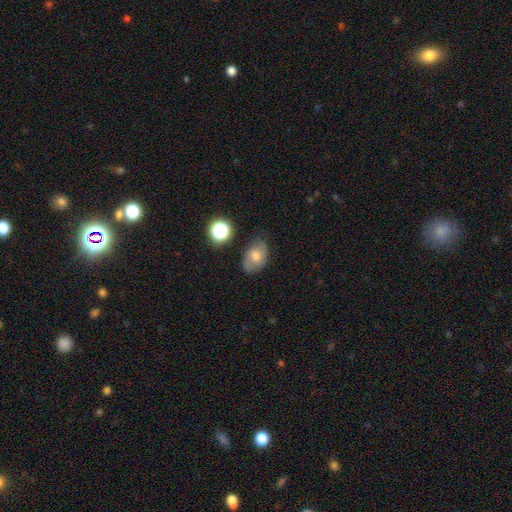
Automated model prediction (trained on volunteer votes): smooth 63%, featured or disk 26%, star or artifact 11%. Down the decision tree: how rounded — in between (78%); merging — none (70%).